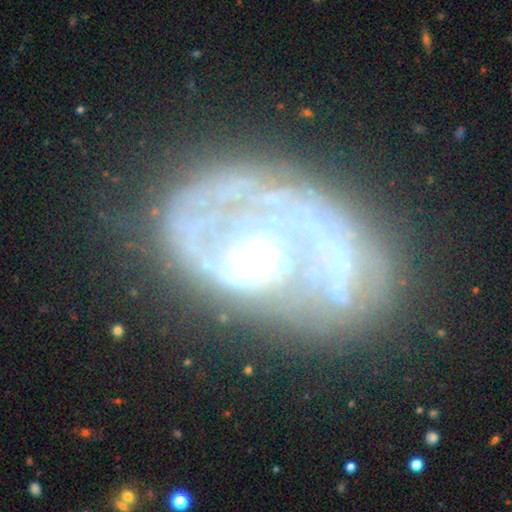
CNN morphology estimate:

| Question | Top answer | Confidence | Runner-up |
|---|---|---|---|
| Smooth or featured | featured or disk | 77% | smooth (13%) |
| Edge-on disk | no | 97% | yes (3%) |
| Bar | no | 55% | weak (32%) |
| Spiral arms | yes | 68% | no (32%) |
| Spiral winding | medium | 37% | loose (32%) |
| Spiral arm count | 1 | 34% | 2 (31%) |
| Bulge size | moderate | 37% | small (35%) |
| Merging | none | 43% | major disturbance (30%) |